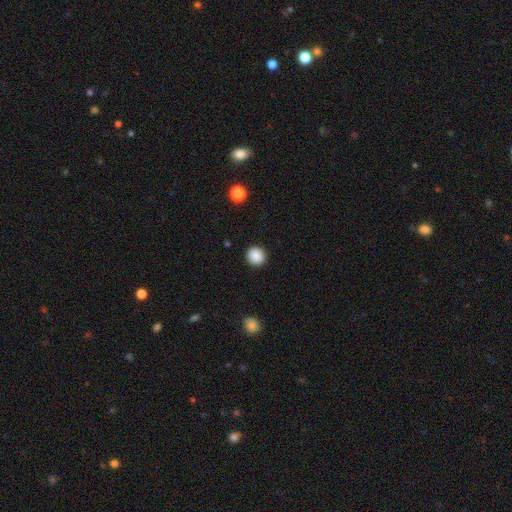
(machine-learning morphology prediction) smooth_or_featured: smooth (p=0.88) [alt: star or artifact p=0.09]
how_rounded: round (p=0.92) [alt: in between p=0.07]
merging: none (p=0.92) [alt: minor disturbance p=0.05]